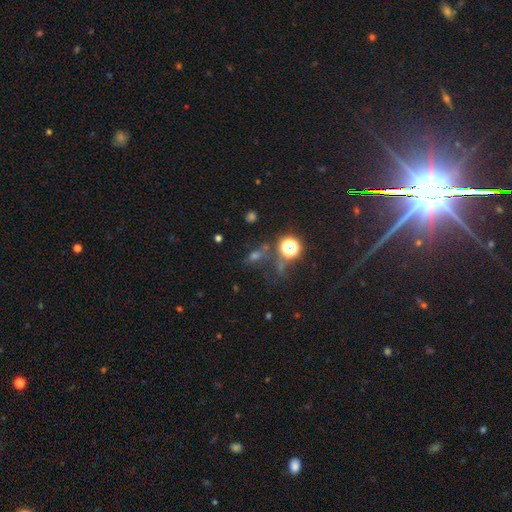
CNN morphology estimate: Q: Smooth or featured?
A: star or artifact (49%); runner-up: smooth (37%)